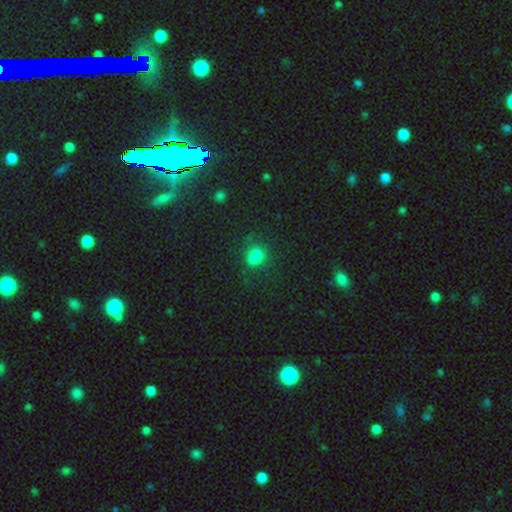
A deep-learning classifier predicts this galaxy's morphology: A smooth galaxy with no disk features (67%) that is round (57%). Merging: none (57%).